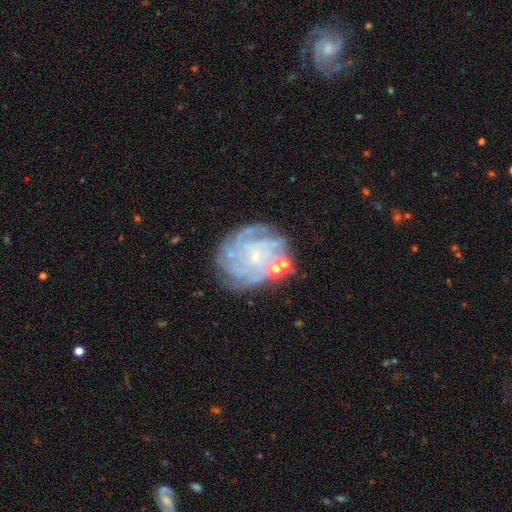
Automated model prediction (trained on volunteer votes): A featured or disk galaxy (78%) with no bar (76%), tight (68%) spiral arms (91%) and a small central bulge (74%).

Vote fractions:
- Smooth or featured? featured or disk: 78% / smooth: 12% / star or artifact: 10%
- Edge-on disk? no: 97% / yes: 3%
- Bar? no: 76% / weak: 20% / strong: 5%
- Spiral arms? yes: 91% / no: 9%
- Spiral winding? tight: 68% / medium: 24% / loose: 8%
- Spiral arm count? can't tell: 32% / 4: 24% / more than 4: 22% / 3: 10% / 2: 7% / 1: 6%
- Bulge size? small: 74% / none: 13% / moderate: 10% / large: 1% / dominant: 1%
- Merging? none: 66% / minor disturbance: 18% / major disturbance: 9% / merger: 7%